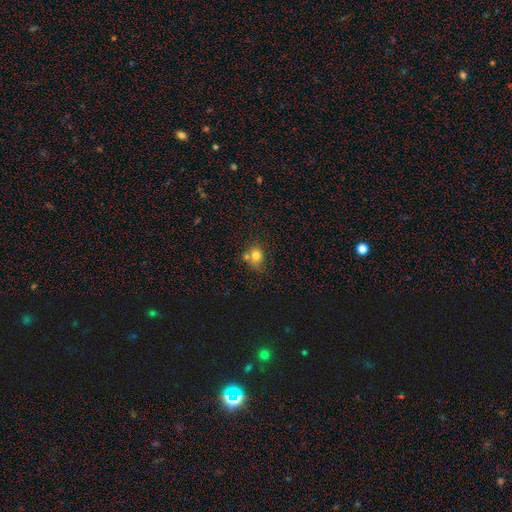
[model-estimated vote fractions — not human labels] Overall: smooth (76%). How rounded: round (61%; in between 38%). Merging: none (46%; merger 30%).